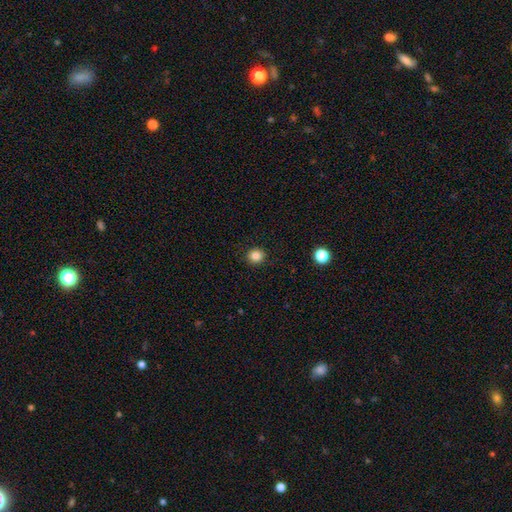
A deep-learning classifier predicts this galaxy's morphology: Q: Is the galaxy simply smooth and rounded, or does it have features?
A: smooth — 85%.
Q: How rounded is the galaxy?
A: round — 90%.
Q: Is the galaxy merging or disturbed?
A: none — 92%.